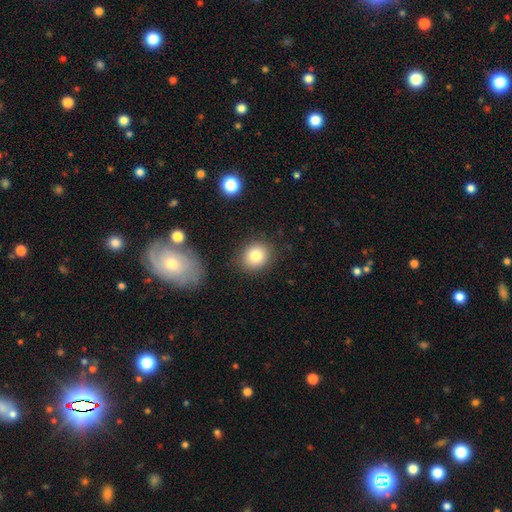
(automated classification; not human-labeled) Q: Smooth or featured?
A: smooth (81%); runner-up: star or artifact (10%)
Q: How rounded?
A: round (75%); runner-up: in between (24%)
Q: Merging?
A: none (85%); runner-up: minor disturbance (10%)